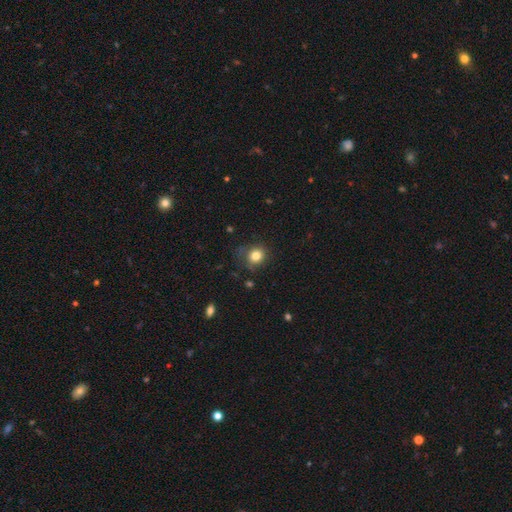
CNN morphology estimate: Smooth or featured?
  - smooth: 81% *
  - star or artifact: 11%
  - featured or disk: 8%
How rounded?
  - round: 77% *
  - in between: 22%
  - cigar-shaped: 1%
Merging?
  - none: 69% *
  - minor disturbance: 21%
  - major disturbance: 8%
  - merger: 2%